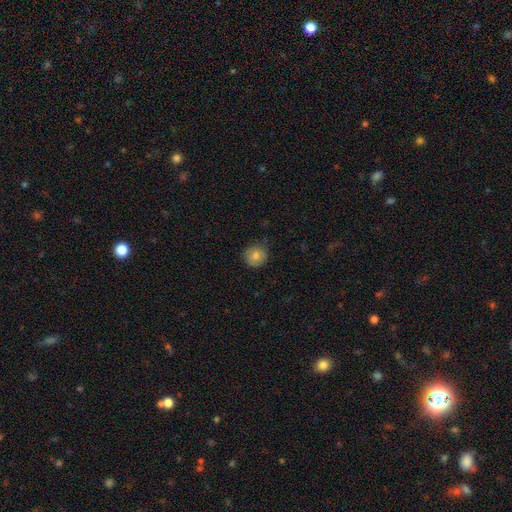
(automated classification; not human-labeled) Q: Smooth or featured?
A: smooth (80%); runner-up: featured or disk (10%)
Q: How rounded?
A: round (91%); runner-up: in between (8%)
Q: Merging?
A: none (81%); runner-up: minor disturbance (15%)